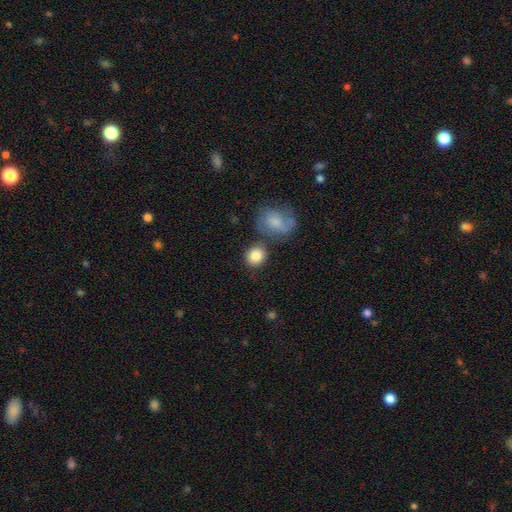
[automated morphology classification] This is clearly a smooth galaxy (86%). How rounded: likely round (72%). Merging: likely none (69%).